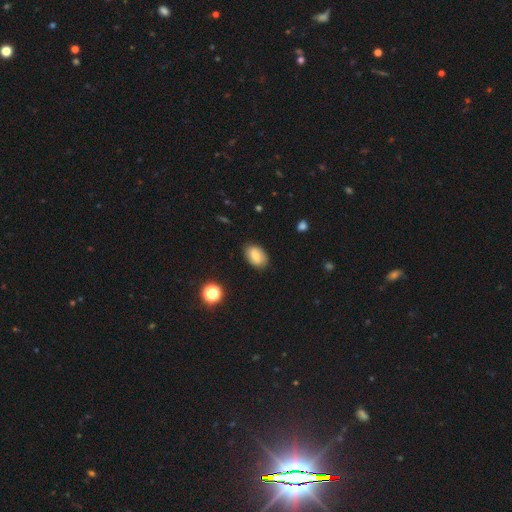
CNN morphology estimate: Smooth or featured? Predicted: smooth (p=0.76). How rounded? Predicted: in between (p=0.86). Merging? Predicted: none (p=0.84).